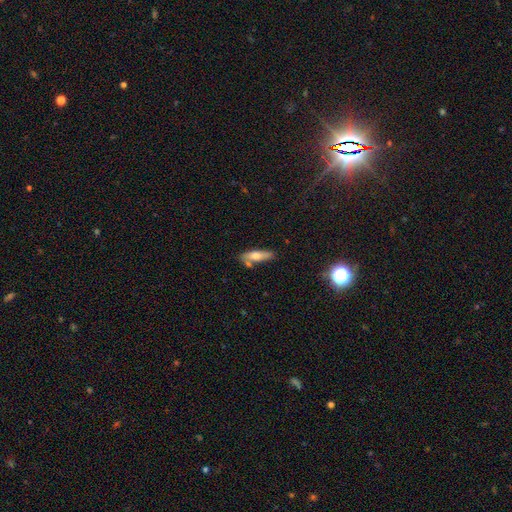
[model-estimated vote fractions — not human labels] This is likely a smooth galaxy (64%). How rounded: possibly cigar-shaped (58%). Merging: likely none (68%).